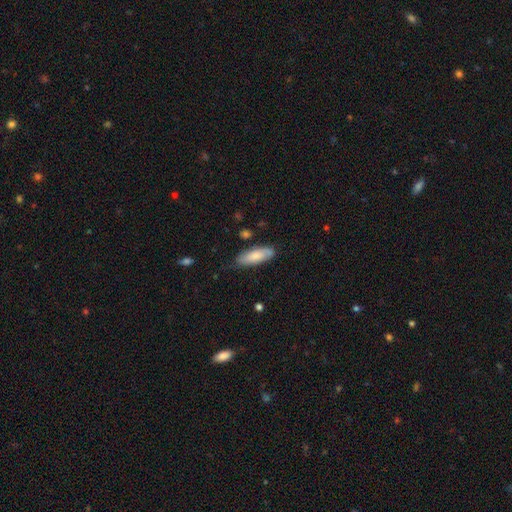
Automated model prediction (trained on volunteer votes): This appears to be a smooth galaxy with no disk features (73%) that is in between round and cigar-shaped (71%). Merging: none (70%).